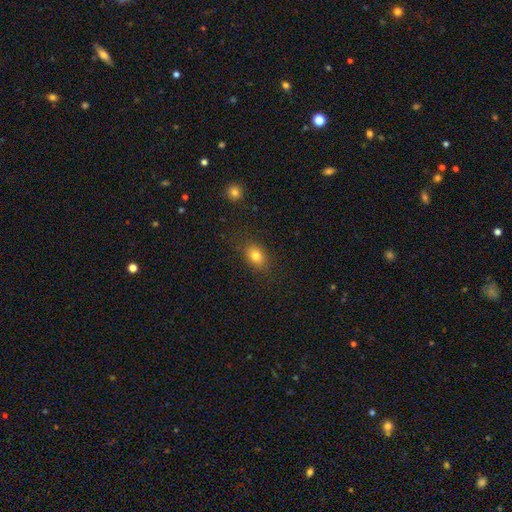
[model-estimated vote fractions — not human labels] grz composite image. It shows a smooth galaxy with no disk features (80%) that is in between round and cigar-shaped (69%). Merging: none (84%).